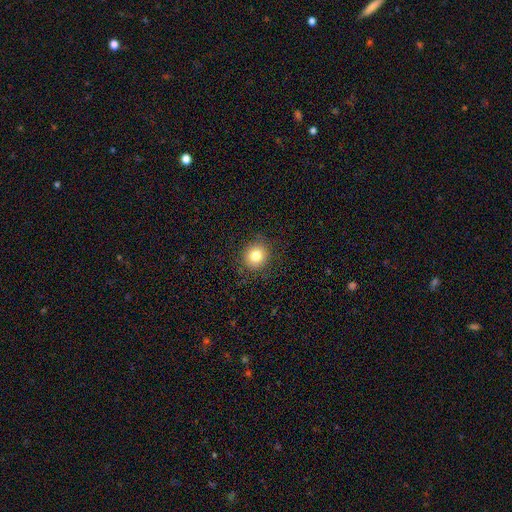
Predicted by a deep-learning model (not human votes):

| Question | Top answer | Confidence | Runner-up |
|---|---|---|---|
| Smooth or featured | smooth | 81% | star or artifact (11%) |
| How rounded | round | 86% | in between (13%) |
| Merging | none | 88% | minor disturbance (8%) |